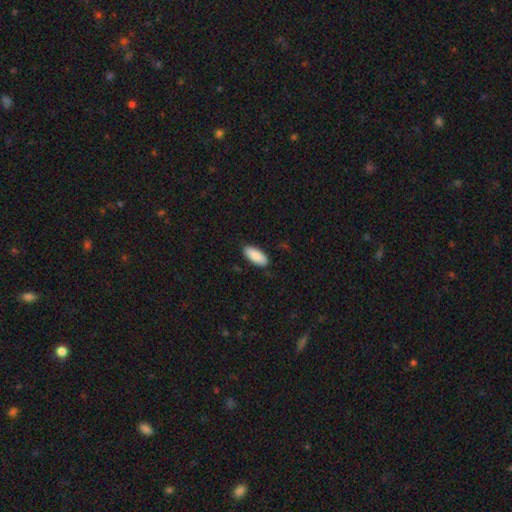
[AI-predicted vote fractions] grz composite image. It shows a smooth galaxy with no disk features (89%) that is in between round and cigar-shaped (86%). Merging: none (87%).